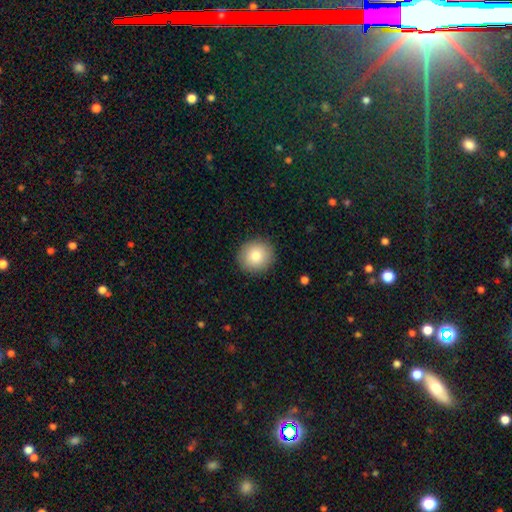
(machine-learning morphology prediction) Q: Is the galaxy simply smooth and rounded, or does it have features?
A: smooth — 82%.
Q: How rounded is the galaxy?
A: round — 90%.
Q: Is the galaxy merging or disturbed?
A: none — 91%.